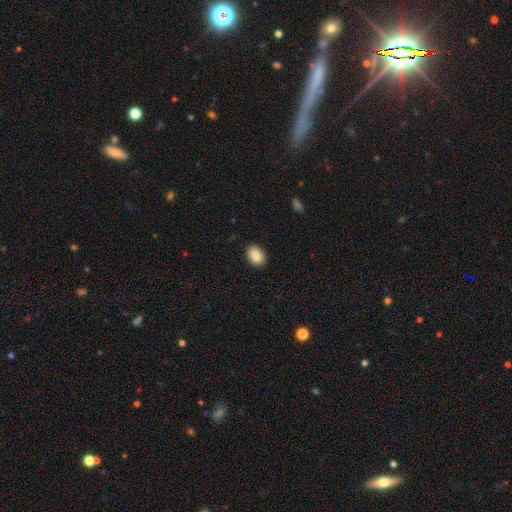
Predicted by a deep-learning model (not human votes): A smooth galaxy with no disk features (86%) that is in between round and cigar-shaped (71%).

Vote fractions:
- Smooth or featured? smooth: 86% / star or artifact: 7% / featured or disk: 7%
- How rounded? in between: 71% / round: 28% / cigar-shaped: 1%
- Merging? none: 90% / minor disturbance: 7% / major disturbance: 2% / merger: 1%